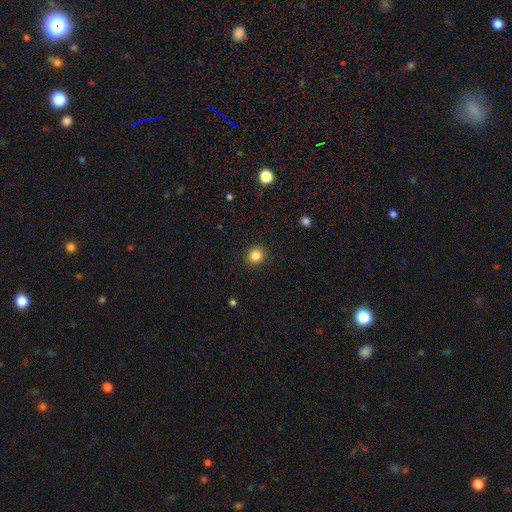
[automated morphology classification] This appears to be a smooth galaxy with no disk features (84%) that is round (93%). Merging: none (92%).